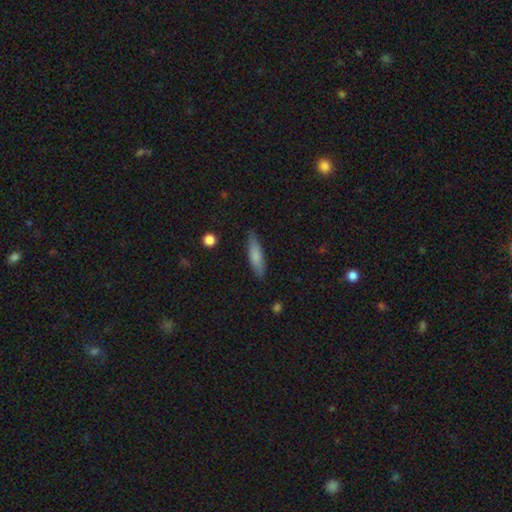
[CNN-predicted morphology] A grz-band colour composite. It shows a smooth galaxy with no disk features (79%) that is cigar-shaped (65%). Merging: none (83%).